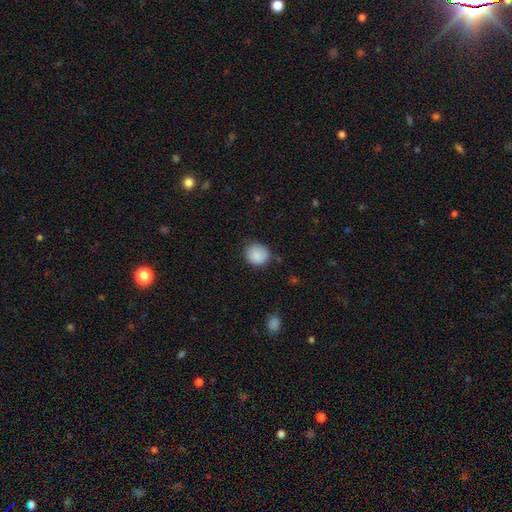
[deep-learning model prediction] Q: Smooth or featured?
A: smooth (88%); runner-up: star or artifact (8%)
Q: How rounded?
A: round (83%); runner-up: in between (16%)
Q: Merging?
A: none (81%); runner-up: minor disturbance (14%)